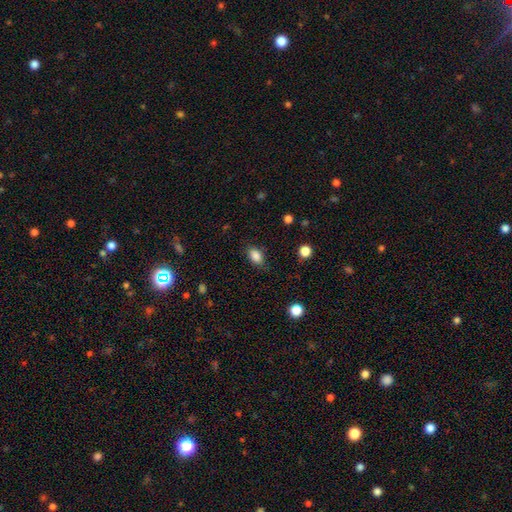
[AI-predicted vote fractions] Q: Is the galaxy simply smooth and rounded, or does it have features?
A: smooth — 87%.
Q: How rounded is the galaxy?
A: in between — 86%.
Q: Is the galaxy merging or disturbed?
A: none — 81%.